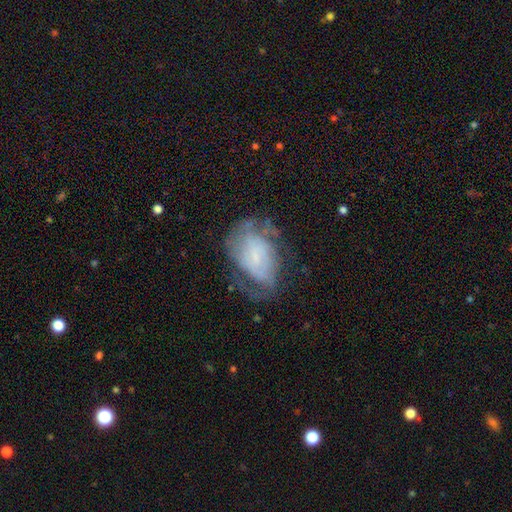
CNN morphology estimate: Smooth or featured?
  - featured or disk: 61% *
  - smooth: 30%
  - star or artifact: 9%
Edge-on disk?
  - no: 97% *
  - yes: 3%
Bar?
  - no: 66% *
  - weak: 27%
  - strong: 6%
Spiral arms?
  - yes: 73% *
  - no: 27%
Bulge size?
  - small: 61% *
  - none: 21%
  - moderate: 12%
  - large: 4%
  - dominant: 2%
Merging?
  - none: 43% *
  - major disturbance: 28%
  - minor disturbance: 27%
  - merger: 2%